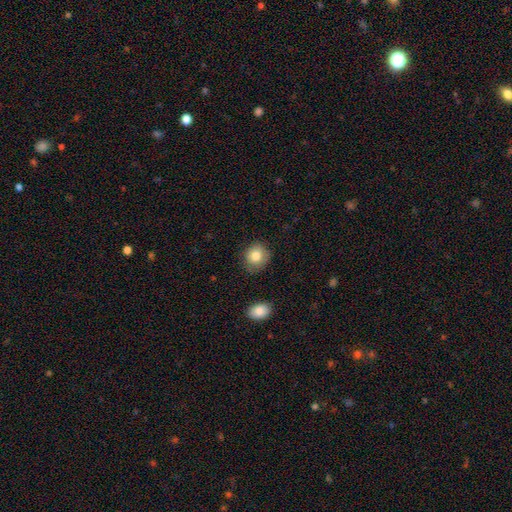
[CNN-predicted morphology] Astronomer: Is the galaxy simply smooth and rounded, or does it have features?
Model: smooth — 83%.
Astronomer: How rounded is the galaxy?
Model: round — 74%.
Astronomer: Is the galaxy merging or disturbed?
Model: none — 79%.